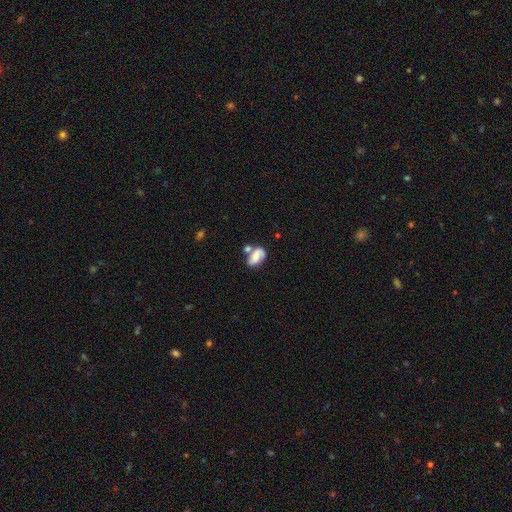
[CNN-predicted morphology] Overall: featured or disk (48%; smooth 43%). Merging: none (40%; merger 32%).